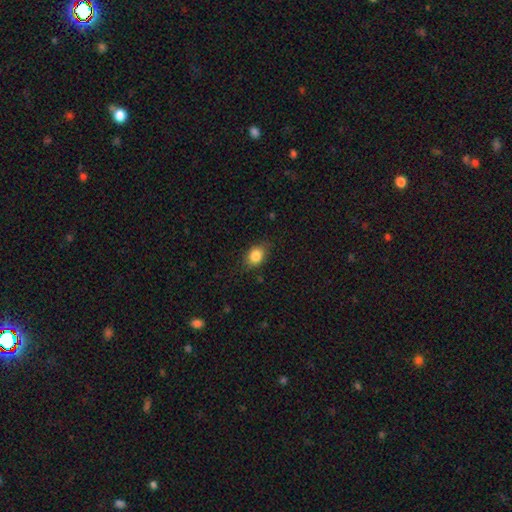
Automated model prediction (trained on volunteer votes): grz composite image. It shows a smooth galaxy with no disk features (85%) that is in between round and cigar-shaped (66%). Merging: none (77%).